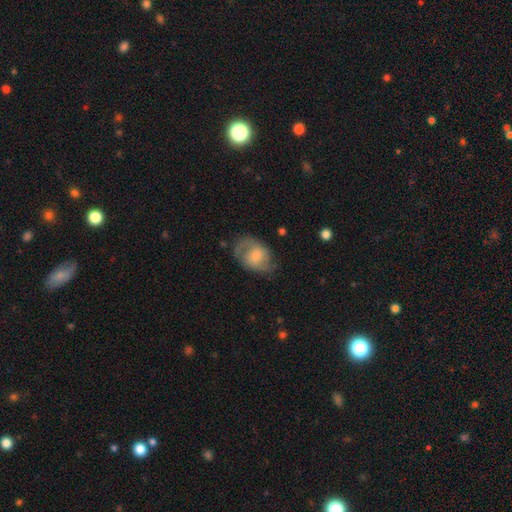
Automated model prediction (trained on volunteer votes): This is possibly a featured or disk galaxy (56%). It is clearly not viewed edge-on (96%). Bar: likely no (63%). Spiral arm pattern: likely yes (78%). Central bulge: possibly small (47%). Merging: possibly none (60%).